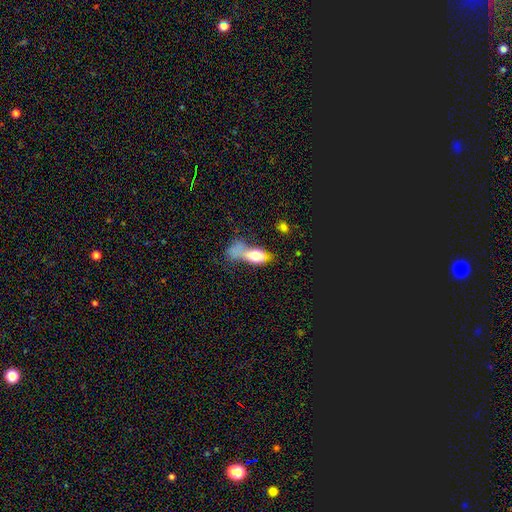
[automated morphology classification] A smooth galaxy with no disk features (63%) that is in between round and cigar-shaped (73%). Merging: major disturbance (37%).